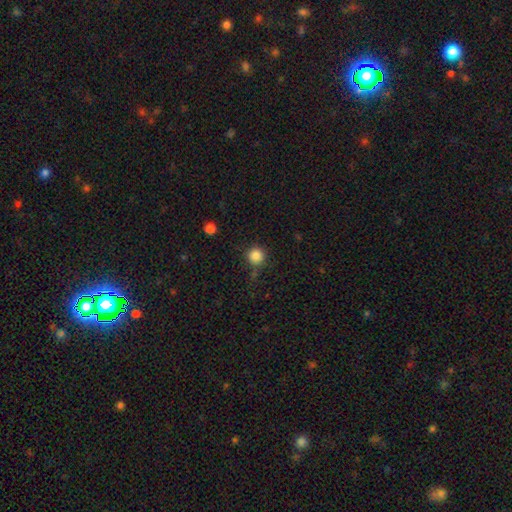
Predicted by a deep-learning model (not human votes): smooth_or_featured: smooth (p=0.85) [alt: star or artifact p=0.11]
how_rounded: round (p=0.95) [alt: in between p=0.04]
merging: none (p=0.82) [alt: minor disturbance p=0.10]